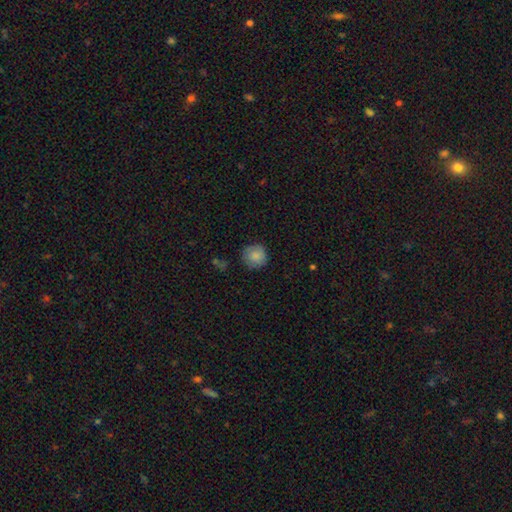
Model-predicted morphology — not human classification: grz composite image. It shows a smooth galaxy with no disk features (84%) that is round (93%). Merging: none (83%).